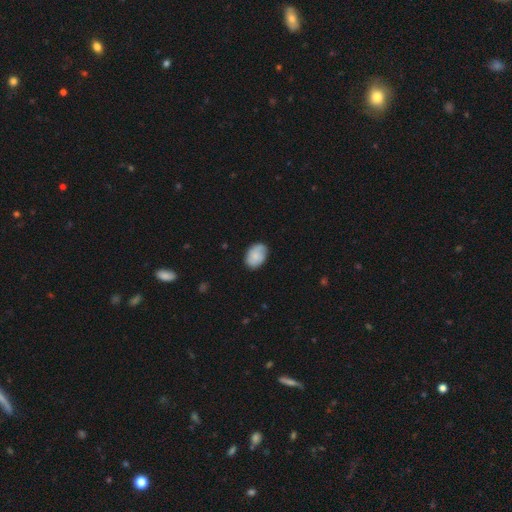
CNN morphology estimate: smooth-or-featured: smooth: 68% | featured or disk: 24% | star or artifact: 7%
  how-rounded: in between: 77% | round: 22% | cigar-shaped: 1%
  merging: none: 73% | minor disturbance: 21% | major disturbance: 5% | merger: 1%